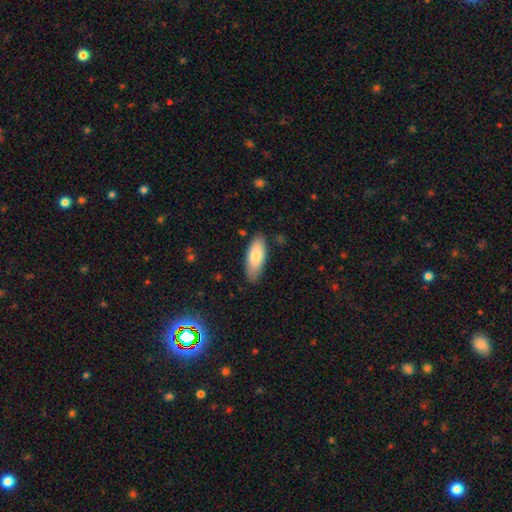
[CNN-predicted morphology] Overall: smooth (80%). How rounded: in between (79%). Merging: none (82%).